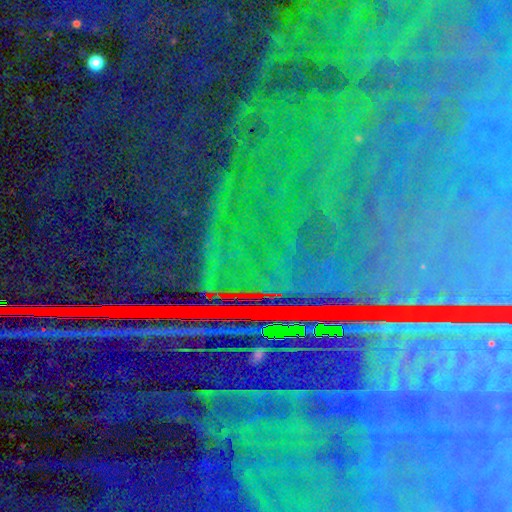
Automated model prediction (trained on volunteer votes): Smooth or featured?
  - star or artifact: 87% *
  - featured or disk: 7%
  - smooth: 5%